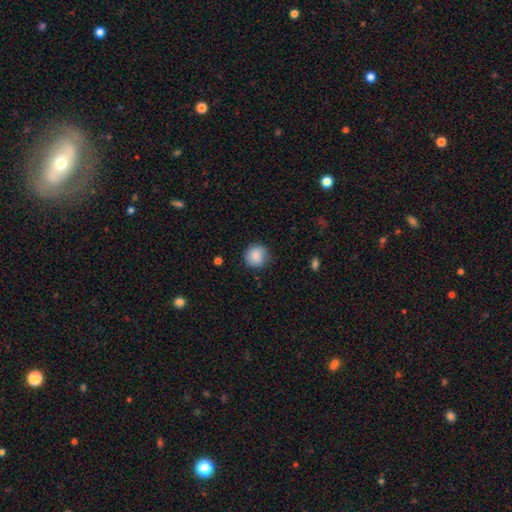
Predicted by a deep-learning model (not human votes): Smooth or featured? Predicted: smooth (p=0.87). How rounded? Predicted: round (p=0.90). Merging? Predicted: none (p=0.83).